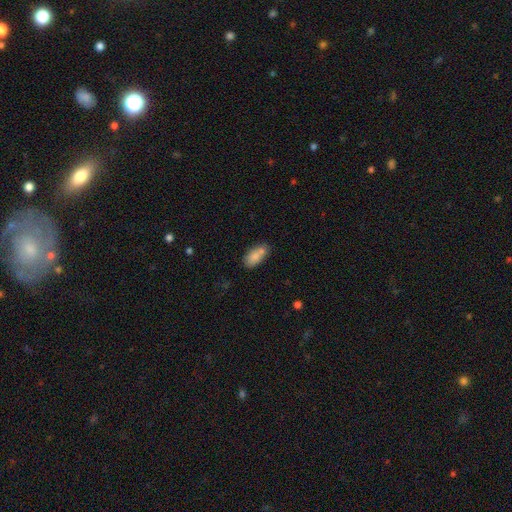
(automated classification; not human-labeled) Smooth or featured? smooth (80%)
How rounded? in between (87%)
Merging? none (50%)